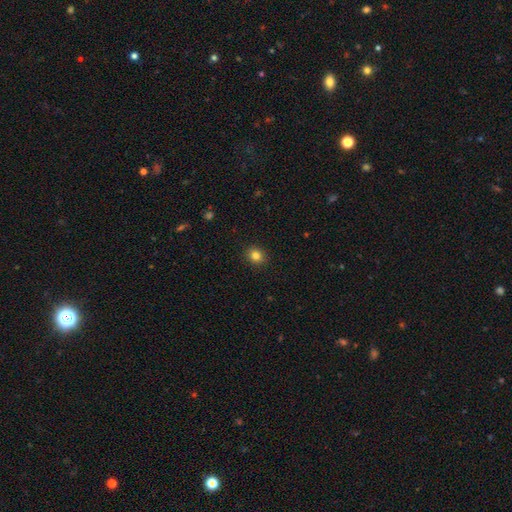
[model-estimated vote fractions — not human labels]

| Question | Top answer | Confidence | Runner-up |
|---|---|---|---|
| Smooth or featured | smooth | 82% | star or artifact (12%) |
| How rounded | round | 75% | in between (24%) |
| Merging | none | 91% | minor disturbance (6%) |